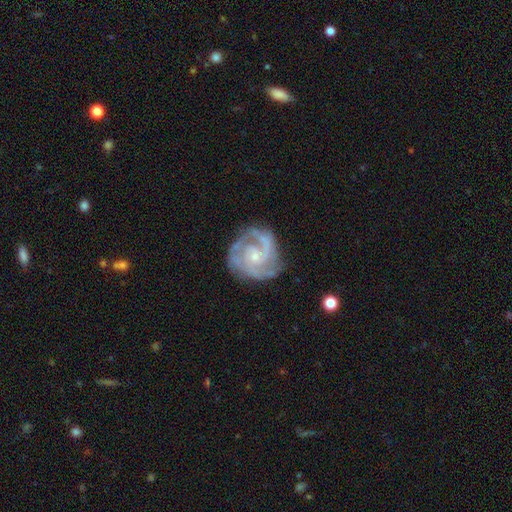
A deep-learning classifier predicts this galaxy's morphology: This is clearly a featured or disk galaxy (89%). It is clearly not viewed edge-on (98%). Bar: likely no (66%). Spiral arm pattern: clearly yes (97%). Spiral arm count: marginally 2 (43%). Spiral winding: possibly tight (54%). Central bulge: likely small (71%). Merging: likely none (69%).